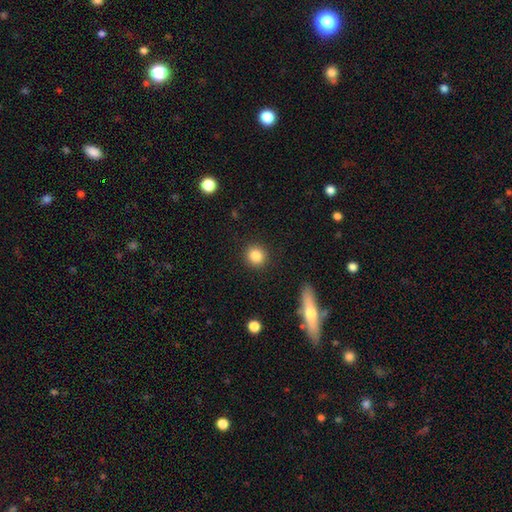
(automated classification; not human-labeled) Smooth or featured?
  - smooth: 85% *
  - star or artifact: 9%
  - featured or disk: 5%
How rounded?
  - round: 91% *
  - in between: 8%
  - cigar-shaped: 1%
Merging?
  - none: 91% *
  - minor disturbance: 6%
  - major disturbance: 2%
  - merger: 1%